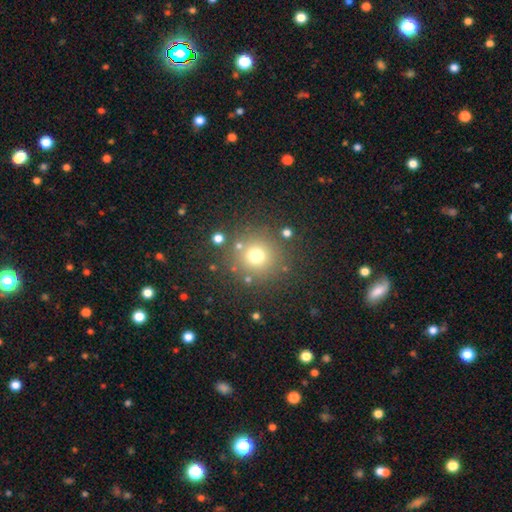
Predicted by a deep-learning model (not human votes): This appears to be a smooth galaxy with no disk features (71%) that is round (94%). Merging: none (83%).